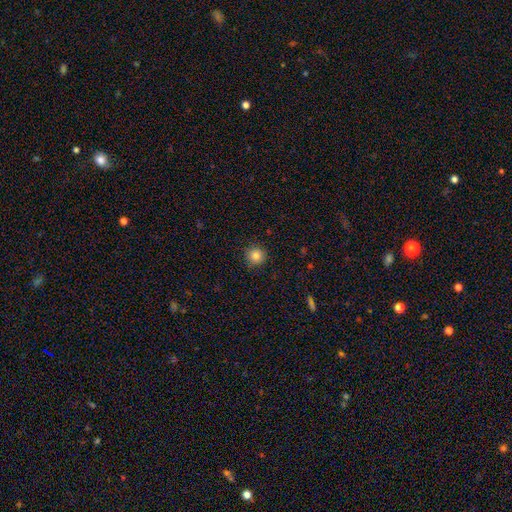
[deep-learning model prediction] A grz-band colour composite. It shows a smooth galaxy with no disk features (84%) that is round (94%). Merging: none (91%).